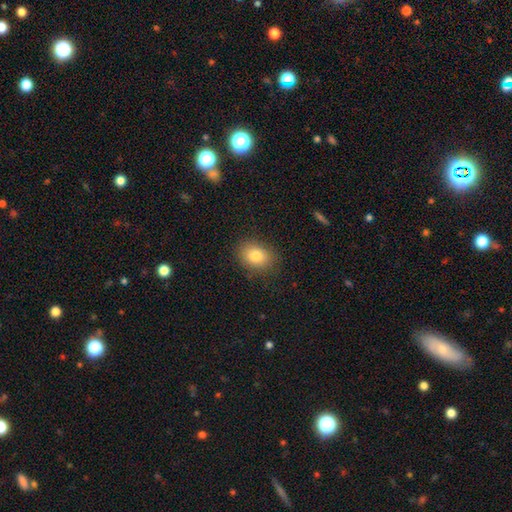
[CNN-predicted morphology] Overall: smooth (81%). How rounded: in between (61%; round 38%). Merging: none (86%).